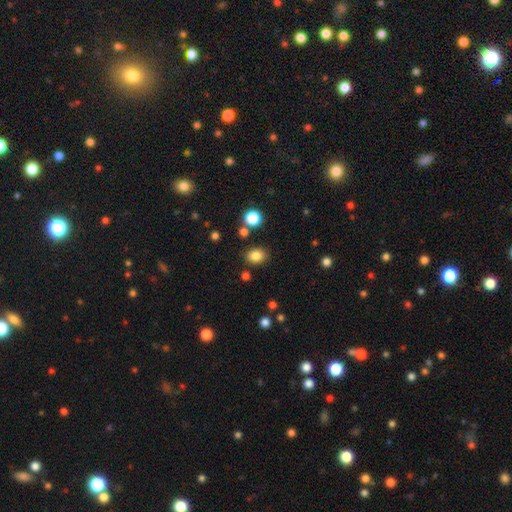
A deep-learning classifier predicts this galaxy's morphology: Smooth or featured?
  - smooth: 84% *
  - star or artifact: 12%
  - featured or disk: 5%
How rounded?
  - in between: 50% *
  - round: 49%
  - cigar-shaped: 1%
Merging?
  - none: 84% *
  - minor disturbance: 9%
  - merger: 4%
  - major disturbance: 3%